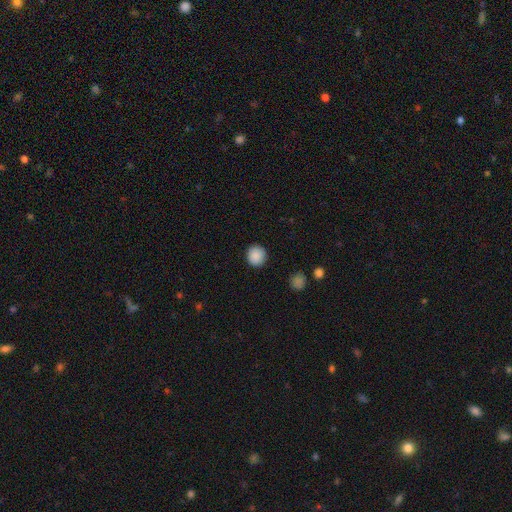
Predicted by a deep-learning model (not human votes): Morphology: type=smooth (89%); roundness=round (91%); merging=none (92%).